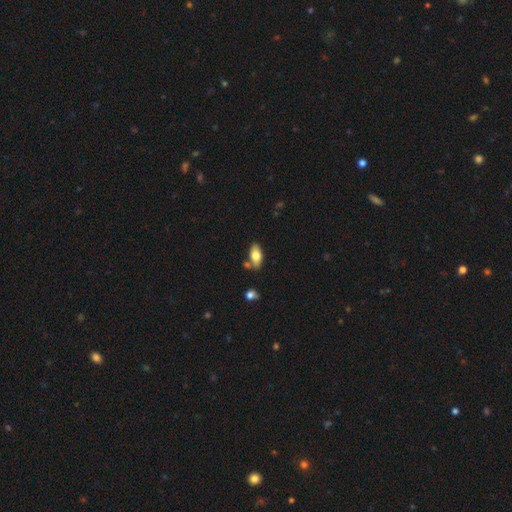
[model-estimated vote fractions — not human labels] smooth-or-featured: smooth: 74% | featured or disk: 19% | star or artifact: 7%
  how-rounded: in between: 90% | cigar-shaped: 7% | round: 3%
  merging: none: 71% | minor disturbance: 15% | merger: 11% | major disturbance: 3%